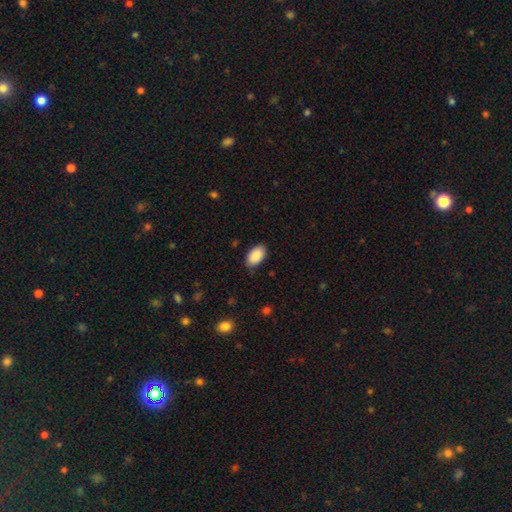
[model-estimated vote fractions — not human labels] smooth-or-featured: smooth: 90% | star or artifact: 6% | featured or disk: 3%
  how-rounded: in between: 95% | round: 4% | cigar-shaped: 1%
  merging: none: 85% | minor disturbance: 12% | major disturbance: 2% | merger: 1%